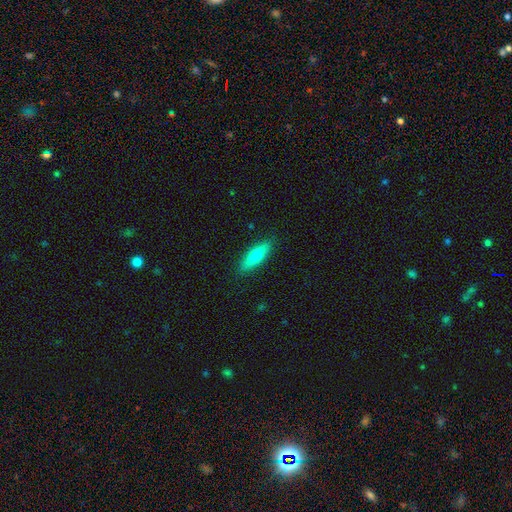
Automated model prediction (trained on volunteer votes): smooth_or_featured: smooth (p=0.67) [alt: featured or disk p=0.27]
how_rounded: cigar-shaped (p=0.62) [alt: in between p=0.36]
merging: none (p=0.88) [alt: minor disturbance p=0.09]